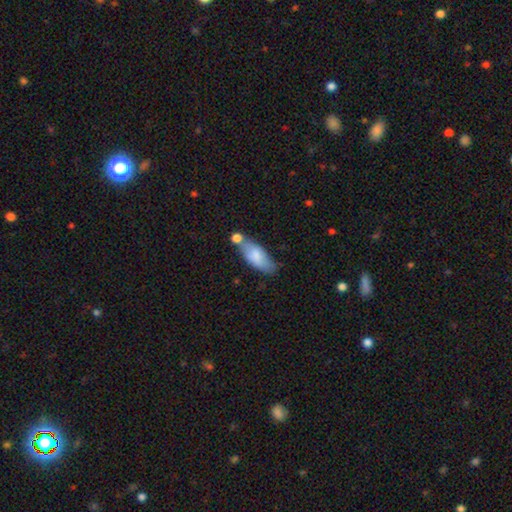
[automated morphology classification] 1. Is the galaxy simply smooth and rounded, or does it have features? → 75% smooth, 19% featured or disk, 6% star or artifact.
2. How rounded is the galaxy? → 77% in between, 20% cigar-shaped, 2% round.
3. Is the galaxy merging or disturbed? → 47% none, 26% merger, 21% minor disturbance, 6% major disturbance.